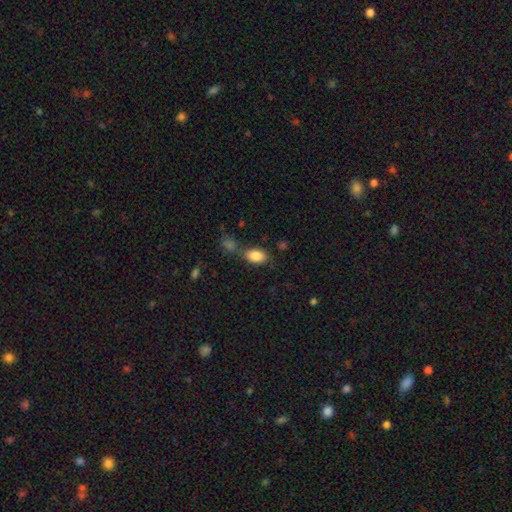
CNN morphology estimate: The model was most divided on "merging": none: 62%, merger: 19%, minor disturbance: 14%, major disturbance: 5%. More confident: how rounded — in between (91%); smooth or featured — smooth (86%).